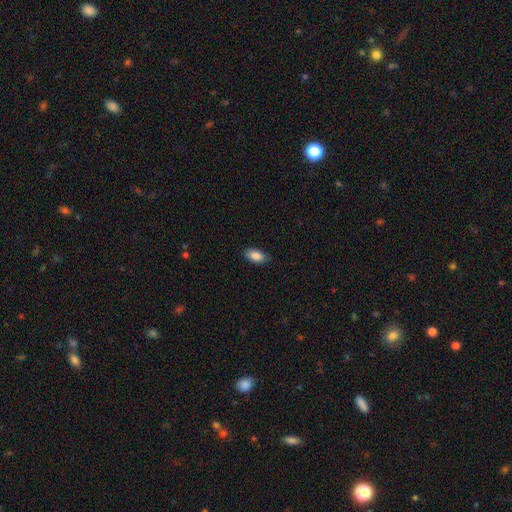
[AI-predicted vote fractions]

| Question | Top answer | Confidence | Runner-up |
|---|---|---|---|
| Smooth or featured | smooth | 88% | star or artifact (7%) |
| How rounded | in between | 93% | cigar-shaped (4%) |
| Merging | none | 86% | minor disturbance (11%) |